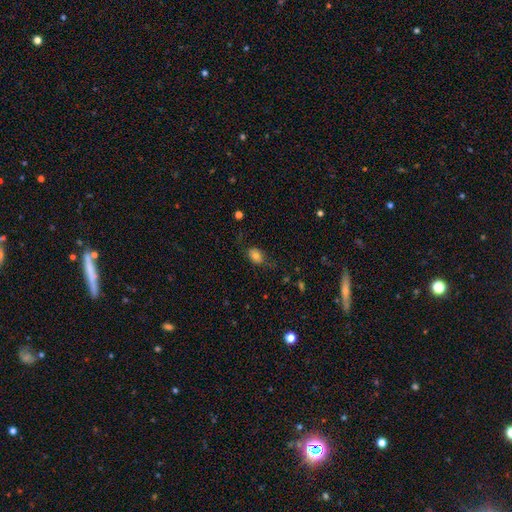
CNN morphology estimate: Smooth or featured? smooth (76%)
How rounded? in between (74%)
Merging? none (66%)